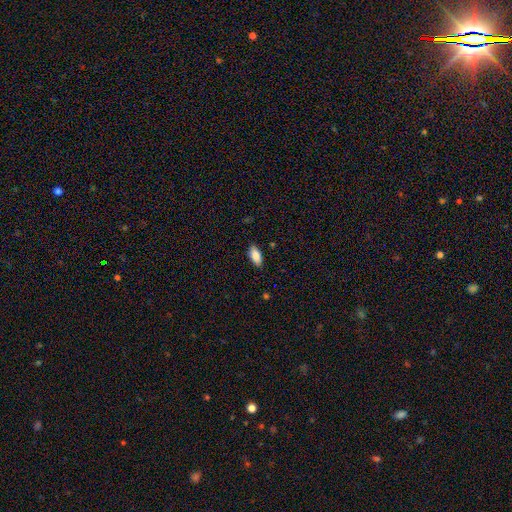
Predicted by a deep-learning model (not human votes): smooth 86%, featured or disk 8%, star or artifact 7%. Down the decision tree: how rounded — in between (88%); merging — none (86%).